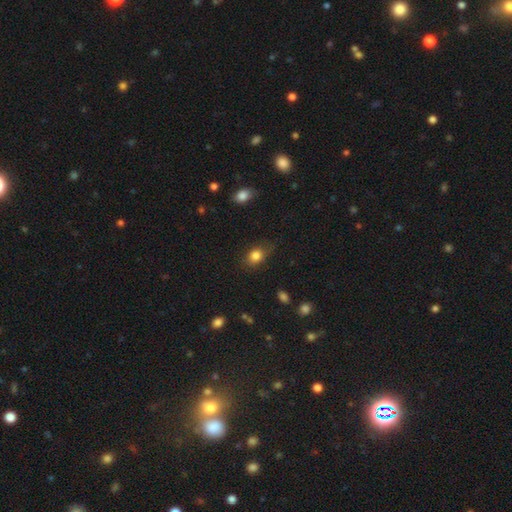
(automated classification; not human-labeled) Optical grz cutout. It shows a smooth galaxy with no disk features (83%) that is in between round and cigar-shaped (59%). Merging: none (73%).